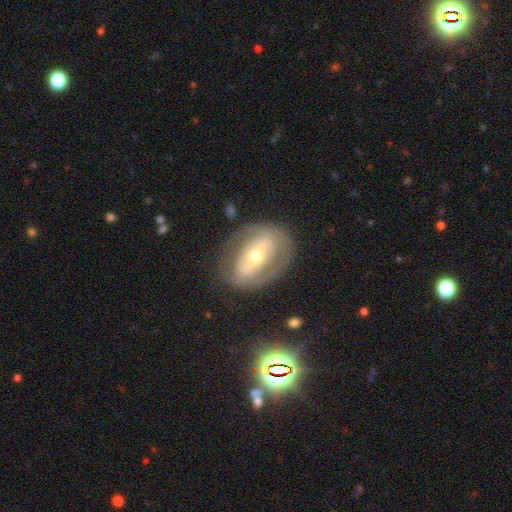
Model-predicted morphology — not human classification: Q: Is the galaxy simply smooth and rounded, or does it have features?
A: featured or disk — 68%.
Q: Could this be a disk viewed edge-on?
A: no — 91%.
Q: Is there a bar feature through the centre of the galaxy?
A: strong — 44%.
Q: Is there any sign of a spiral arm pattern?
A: no — 66%.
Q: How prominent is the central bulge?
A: moderate — 58%.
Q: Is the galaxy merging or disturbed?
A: none — 74%.